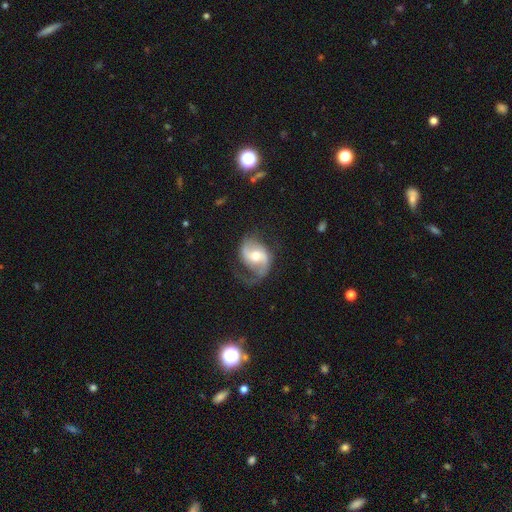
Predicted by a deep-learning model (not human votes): Morphology: type=featured or disk (82%); edge-on=no (97%); bar=weak (44%); spiral arms=yes (94%); winding=loose (47%); arm count=2 (73%); bulge=moderate (68%); merging=none (55%).